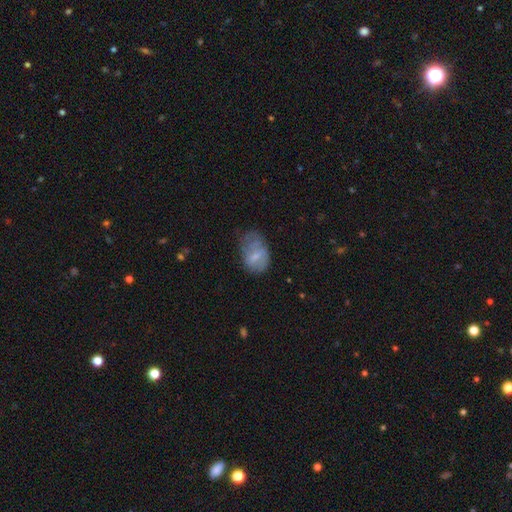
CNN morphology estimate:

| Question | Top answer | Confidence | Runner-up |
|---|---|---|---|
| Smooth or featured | smooth | 58% | featured or disk (34%) |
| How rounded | in between | 79% | round (20%) |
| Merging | none | 37% | minor disturbance (36%) |